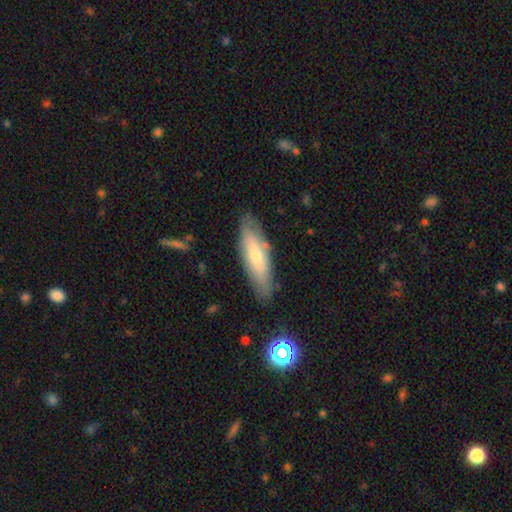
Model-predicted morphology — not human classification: Overall: smooth (58%; featured or disk 36%). How rounded: cigar-shaped (56%; in between 42%). Merging: none (79%).